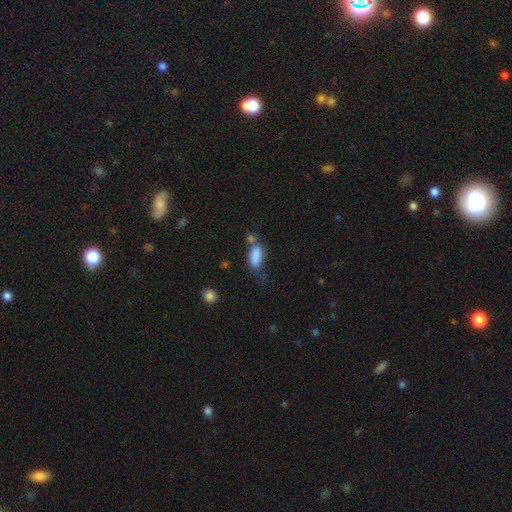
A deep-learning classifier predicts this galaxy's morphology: A smooth galaxy with no disk features (81%) that is in between round and cigar-shaped (83%). Merging: none (30%).